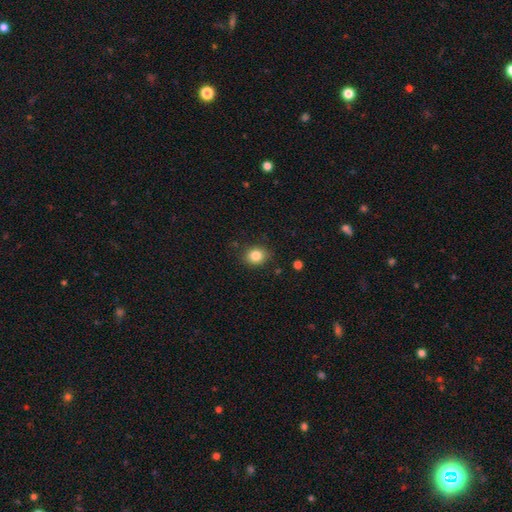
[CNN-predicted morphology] Overall: smooth (83%). How rounded: round (71%). Merging: none (87%).